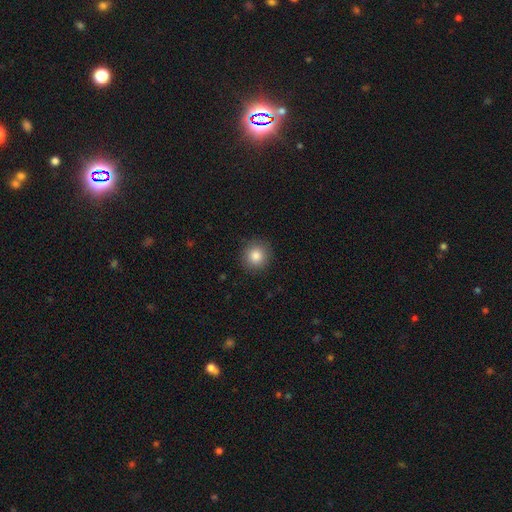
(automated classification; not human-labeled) smooth_or_featured: smooth (p=0.84) [alt: star or artifact p=0.10]
how_rounded: round (p=0.92) [alt: in between p=0.07]
merging: none (p=0.90) [alt: minor disturbance p=0.07]